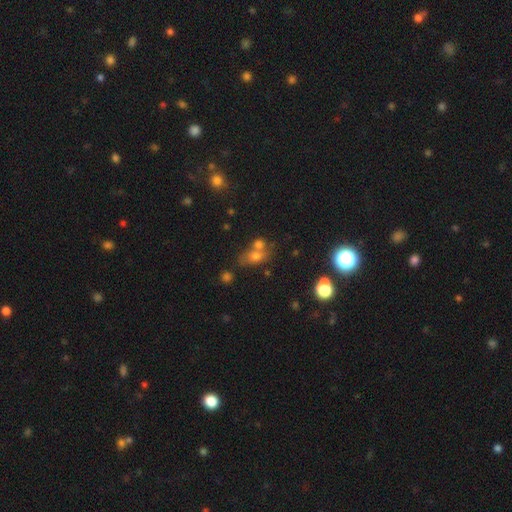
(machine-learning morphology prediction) This is likely a smooth galaxy (64%). How rounded: likely in between (61%). Merging: marginally merger (44%).